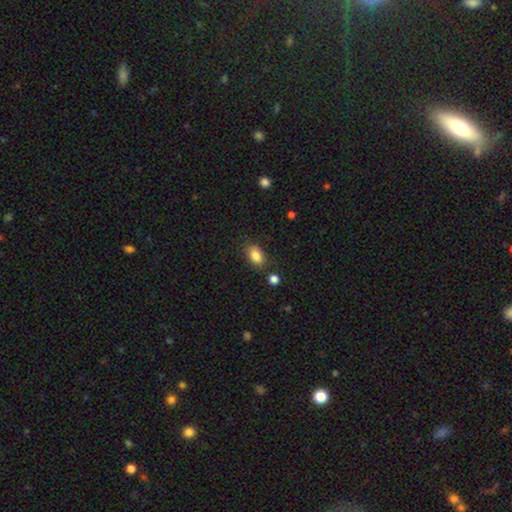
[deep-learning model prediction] smooth-or-featured: smooth: 85% | star or artifact: 9% | featured or disk: 6%
  how-rounded: in between: 84% | round: 14% | cigar-shaped: 2%
  merging: none: 81% | minor disturbance: 12% | merger: 4% | major disturbance: 3%